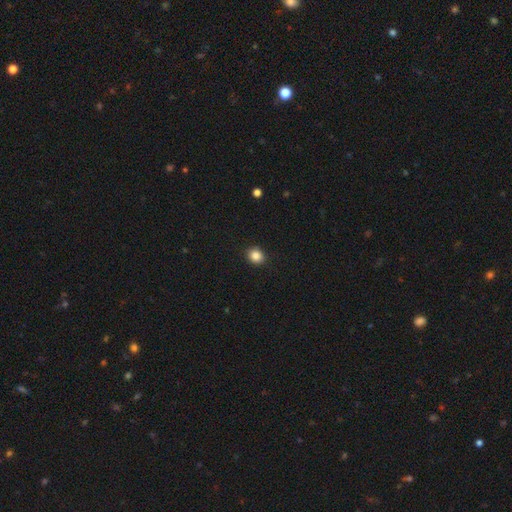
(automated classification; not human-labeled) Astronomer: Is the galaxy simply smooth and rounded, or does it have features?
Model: smooth — 86%.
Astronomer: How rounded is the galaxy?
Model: round — 78%.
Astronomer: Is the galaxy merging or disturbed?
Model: none — 91%.